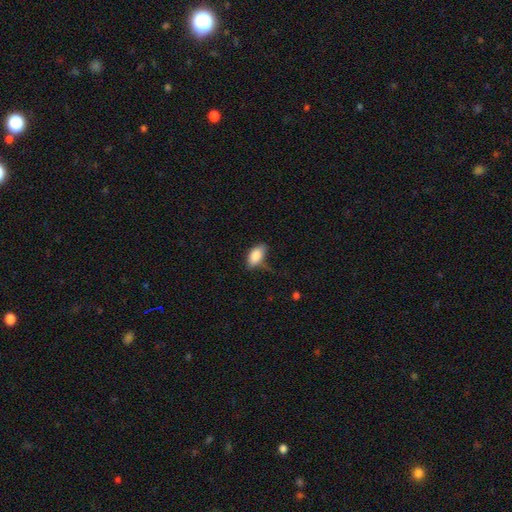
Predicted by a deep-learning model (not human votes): This appears to be a smooth galaxy with no disk features (85%) that is in between round and cigar-shaped (92%). Merging: none (56%).